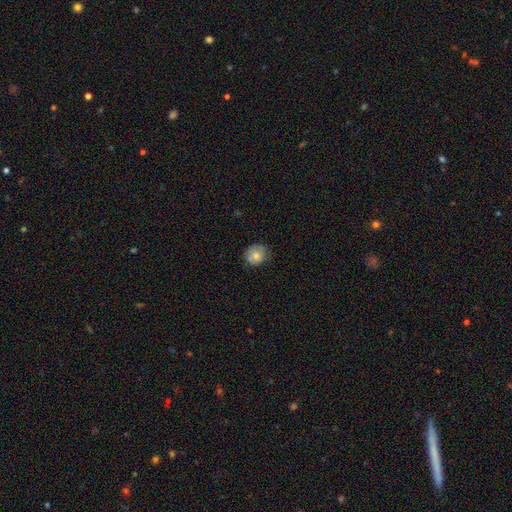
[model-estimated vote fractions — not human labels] The model was most divided on "merging": none: 73%, minor disturbance: 21%, major disturbance: 4%, merger: 1%. More confident: how rounded — round (80%); smooth or featured — smooth (76%).